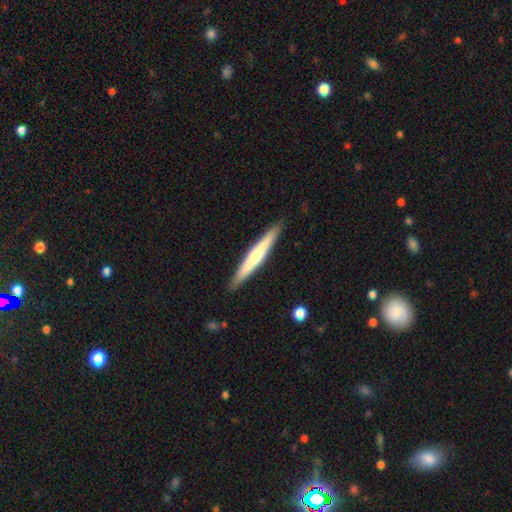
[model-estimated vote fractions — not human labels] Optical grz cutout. It shows a featured or disk galaxy (51%) viewed edge-on (97%). Merging: none (90%).